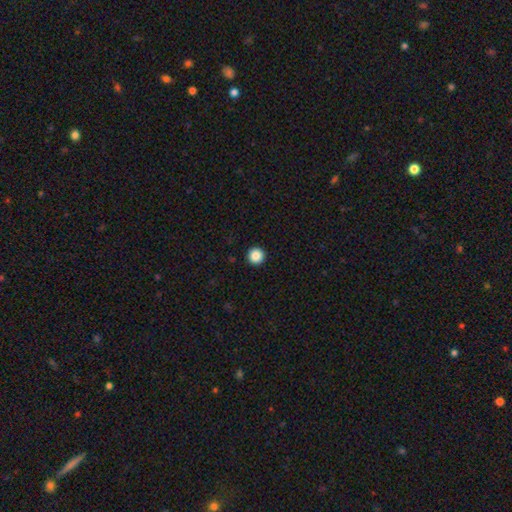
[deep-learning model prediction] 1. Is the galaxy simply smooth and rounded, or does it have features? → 88% smooth, 10% star or artifact, 3% featured or disk.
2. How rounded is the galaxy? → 97% round, 2% in between, 1% cigar-shaped.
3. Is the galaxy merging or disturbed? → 94% none, 4% minor disturbance, 1% major disturbance, 1% merger.